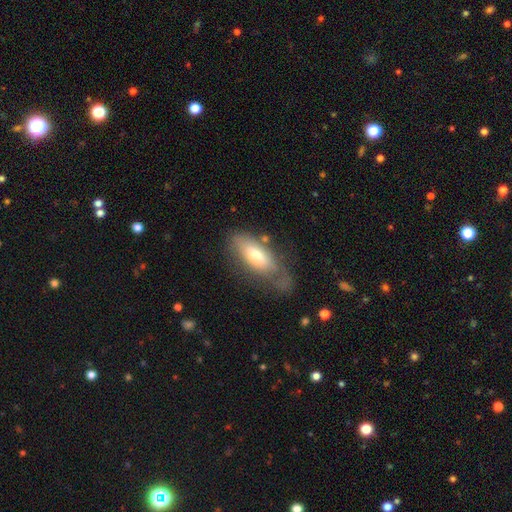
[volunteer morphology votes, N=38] Volunteers were most divided on "merging": none: 42%, minor disturbance: 33%, major disturbance: 25%, merger: 0%. More confident: how rounded — in between (83%); smooth or featured — smooth (61%).